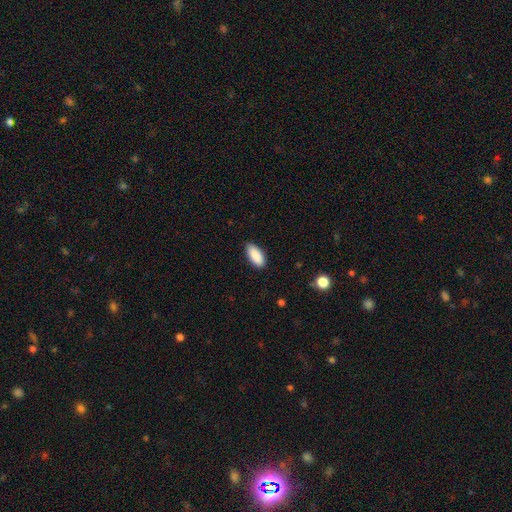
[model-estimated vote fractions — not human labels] The model was most divided on "merging": none: 85%, minor disturbance: 11%, major disturbance: 2%, merger: 1%. More confident: smooth or featured — smooth (90%); how rounded — in between (89%).